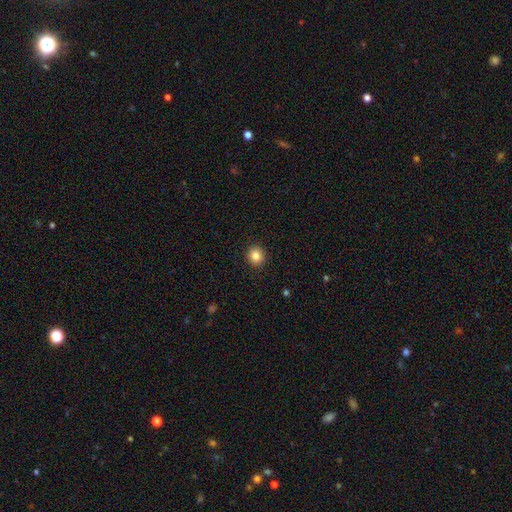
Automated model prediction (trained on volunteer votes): Overall: smooth (84%). How rounded: round (92%). Merging: none (92%).